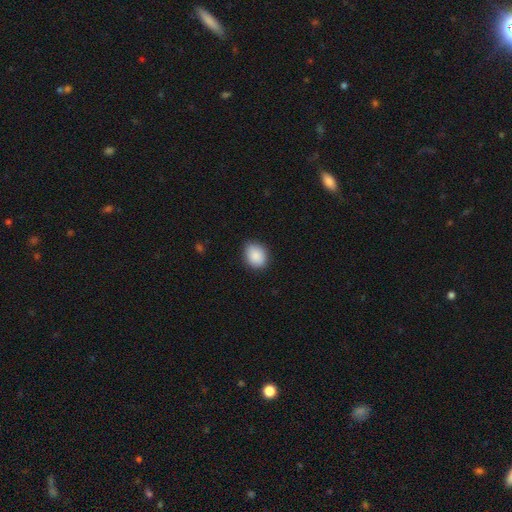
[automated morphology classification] Overall: smooth (89%). How rounded: round (50%; in between 49%). Merging: none (85%).